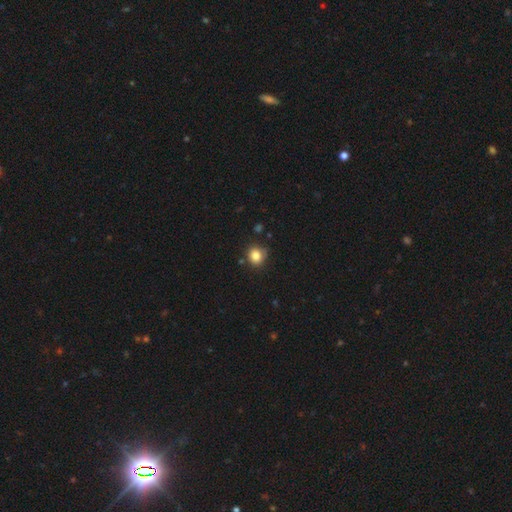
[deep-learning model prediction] This appears to be a smooth galaxy with no disk features (83%) that is round (79%). Merging: none (79%).